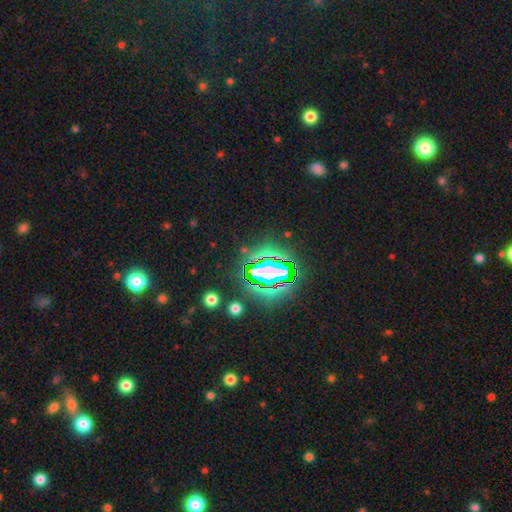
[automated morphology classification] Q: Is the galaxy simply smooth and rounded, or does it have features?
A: star or artifact — 82%.